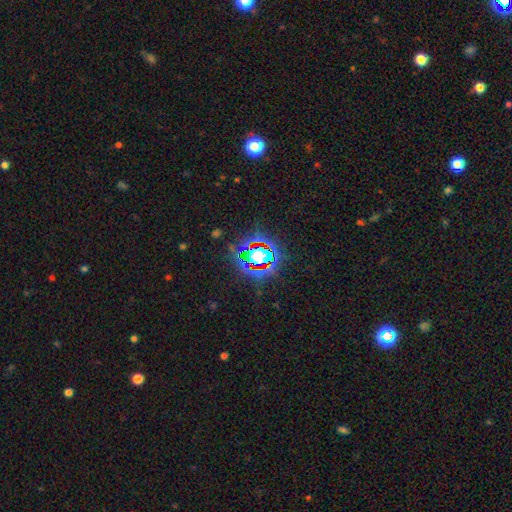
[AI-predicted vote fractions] A star or artifact, not a galaxy (69%).